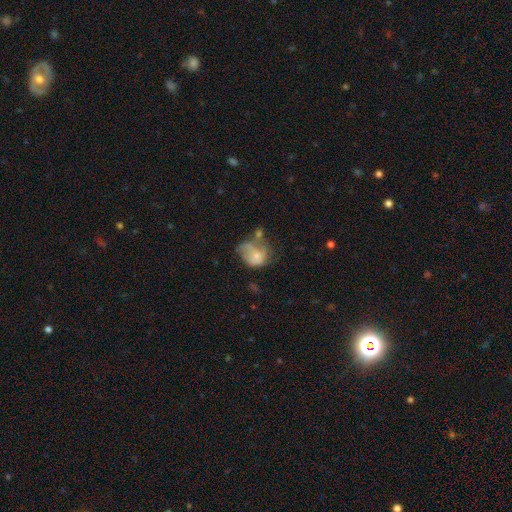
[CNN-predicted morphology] A smooth galaxy with no disk features (54%) that is round (50%). Merging: major disturbance (32%).